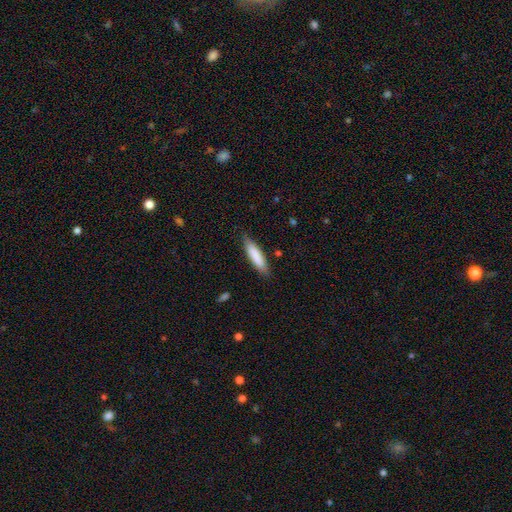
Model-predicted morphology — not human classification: Smooth or featured: smooth — 82% (featured or disk — 12%)
How rounded: cigar-shaped — 75% (in between — 24%)
Merging: none — 83% (minor disturbance — 13%)